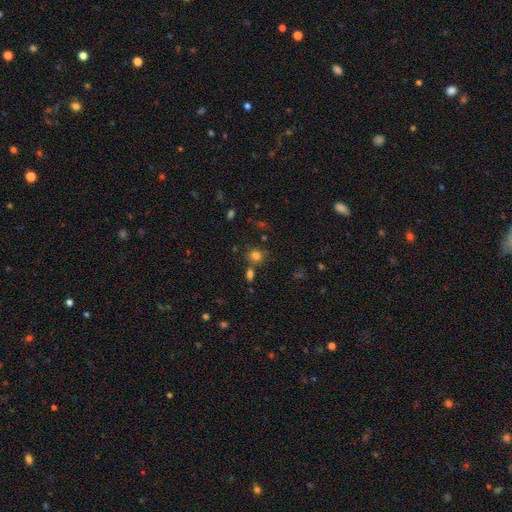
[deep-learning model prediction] A smooth galaxy with no disk features (78%) that is round (75%). Merging: none (66%).